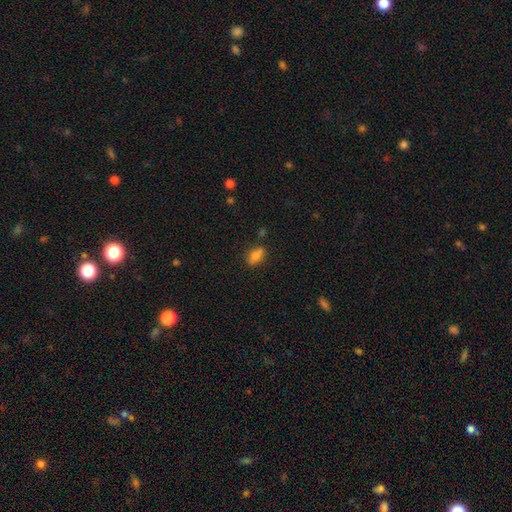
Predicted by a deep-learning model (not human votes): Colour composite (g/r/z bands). It shows a smooth galaxy with no disk features (73%) that is in between round and cigar-shaped (76%). Merging: none (65%).